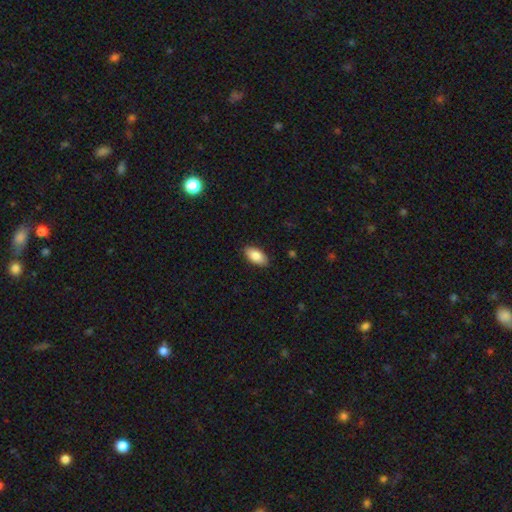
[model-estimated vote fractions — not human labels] This appears to be a smooth galaxy with no disk features (86%) that is in between round and cigar-shaped (93%). Merging: none (88%).